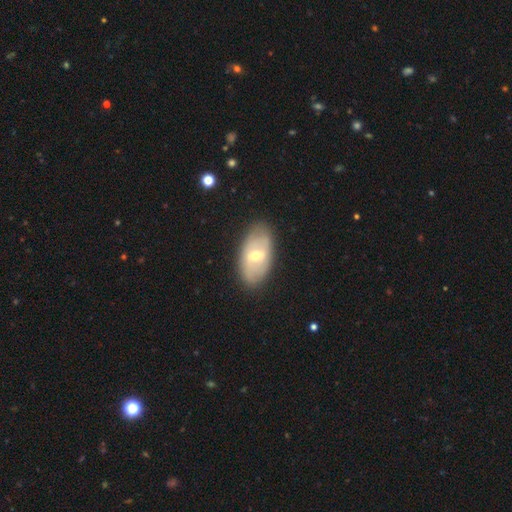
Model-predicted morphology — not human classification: smooth-or-featured: featured or disk: 52% | smooth: 41% | star or artifact: 7%
  disk-edge-on: no: 88% | yes: 12%
  merging: none: 84% | minor disturbance: 12% | major disturbance: 3% | merger: 1%